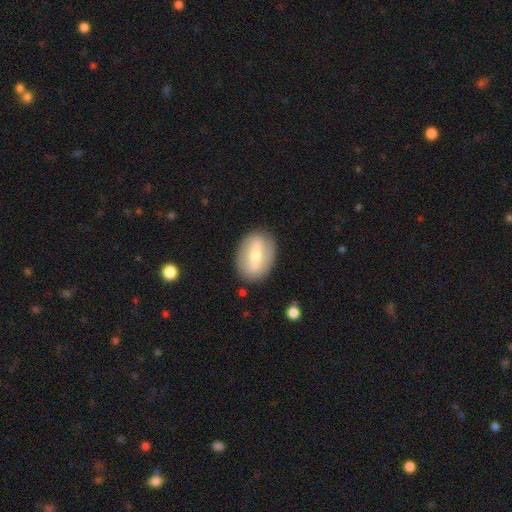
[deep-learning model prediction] Q: Smooth or featured?
A: featured or disk (51%); runner-up: smooth (43%)
Q: Edge-on disk?
A: no (84%); runner-up: yes (16%)
Q: Merging?
A: none (84%); runner-up: minor disturbance (11%)